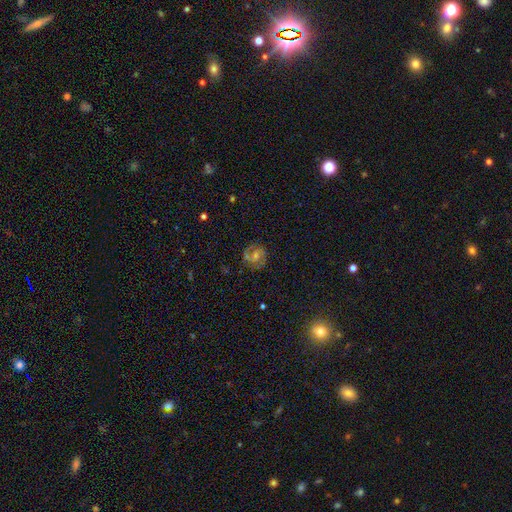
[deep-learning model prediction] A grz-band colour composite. It shows a featured or disk galaxy (67%) with no bar (45%), 2 (77%) medium (46%) spiral arms (90%) and a moderate central bulge (44%). Merging: none (80%).